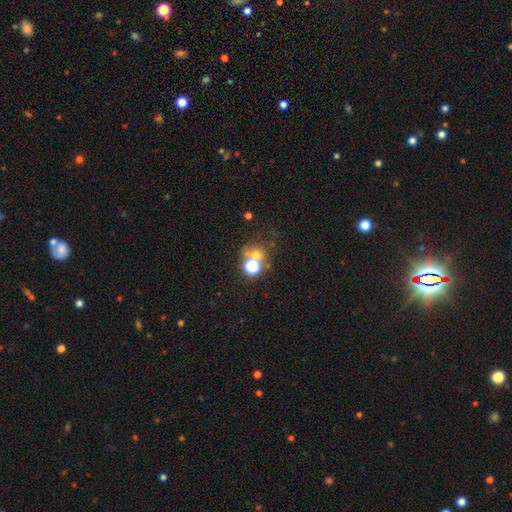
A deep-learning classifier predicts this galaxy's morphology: Overall: smooth (53%; star or artifact 32%). How rounded: round (81%). Merging: none (50%; merger 35%).